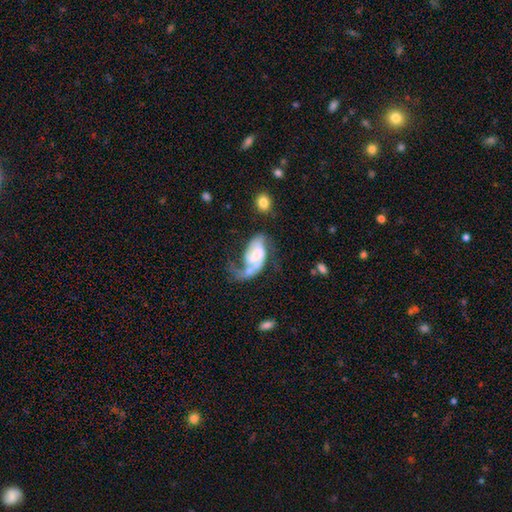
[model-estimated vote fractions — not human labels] Overall: featured or disk (77%). Edge-on disk: no (97%). Bar: weak (42%; no 41%). Spiral arms: yes (90%). Spiral arm count: 2 (53%; 1 38%). Spiral winding: loose (43%; medium 39%). Bulge size: small (40%; moderate 35%). Merging: major disturbance (46%; none 24%).